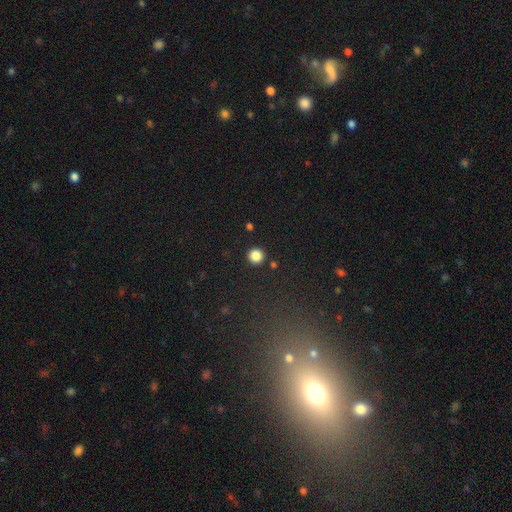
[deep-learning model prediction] Morphology: type=smooth (85%); roundness=round (95%); merging=none (92%).